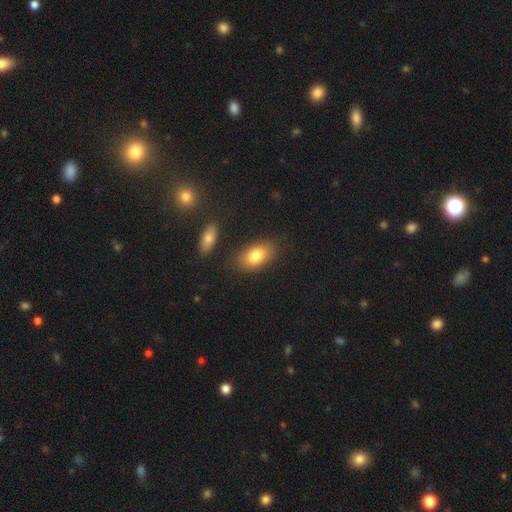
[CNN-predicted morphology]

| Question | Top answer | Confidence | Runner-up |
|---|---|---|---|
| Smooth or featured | smooth | 81% | featured or disk (11%) |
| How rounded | in between | 89% | round (8%) |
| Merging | none | 79% | minor disturbance (13%) |